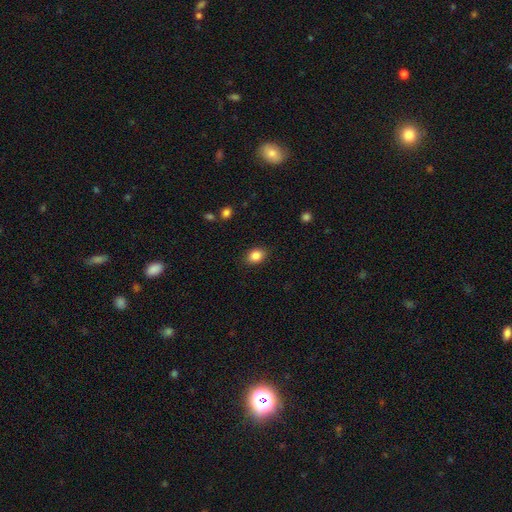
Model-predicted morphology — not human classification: Smooth or featured: smooth — 86% (star or artifact — 9%)
How rounded: in between — 64% (round — 35%)
Merging: none — 87% (minor disturbance — 9%)